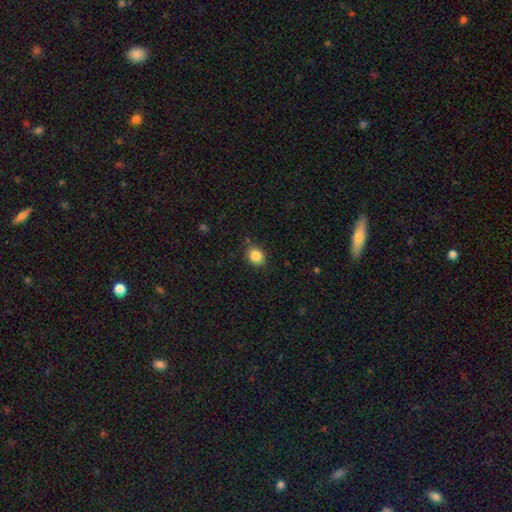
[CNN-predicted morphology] Smooth or featured? smooth (85%)
How rounded? round (56%)
Merging? none (83%)